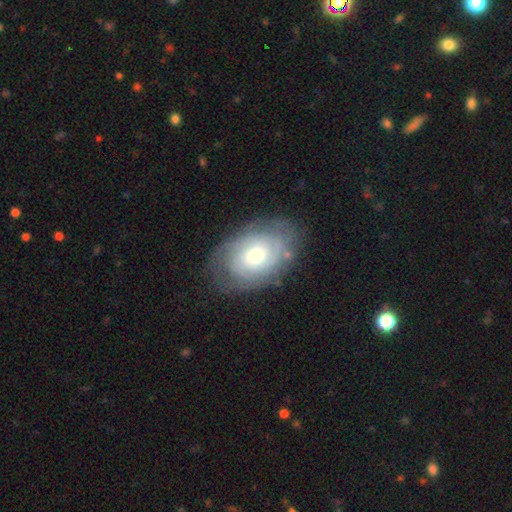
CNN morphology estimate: Smooth or featured? Predicted: featured or disk (p=0.65). Edge-on disk? Predicted: no (p=0.95). Bar? Predicted: no (p=0.75). Spiral arms? Predicted: yes (p=0.82). Spiral winding? Predicted: tight (p=0.68). Spiral arm count? Predicted: can't tell (p=0.51). Bulge size? Predicted: moderate (p=0.62). Merging? Predicted: none (p=0.74).